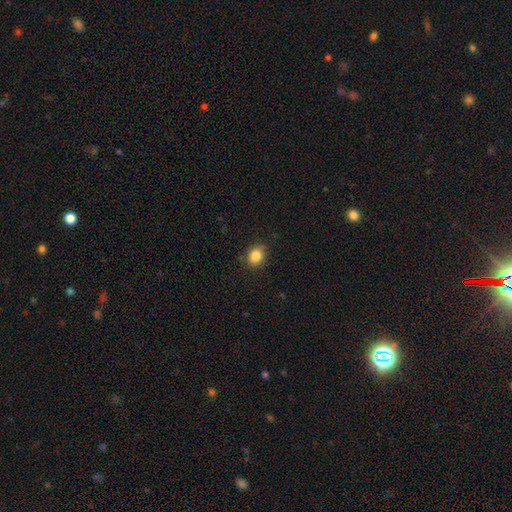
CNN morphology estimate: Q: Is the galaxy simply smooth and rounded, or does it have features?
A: smooth — 85%.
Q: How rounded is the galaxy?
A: in between — 50%.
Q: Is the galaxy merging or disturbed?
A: none — 82%.